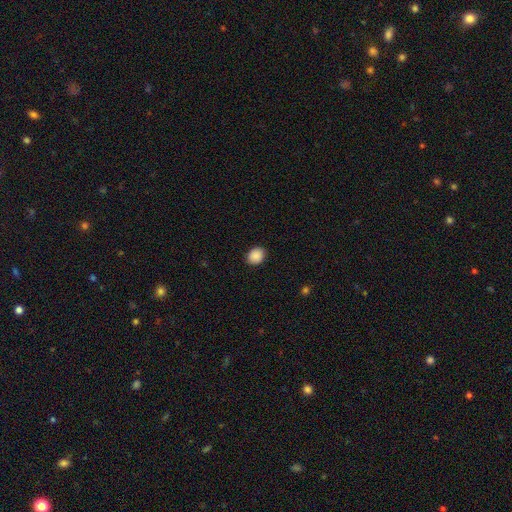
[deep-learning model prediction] This appears to be a smooth galaxy with no disk features (89%) that is round (59%). Merging: none (89%).